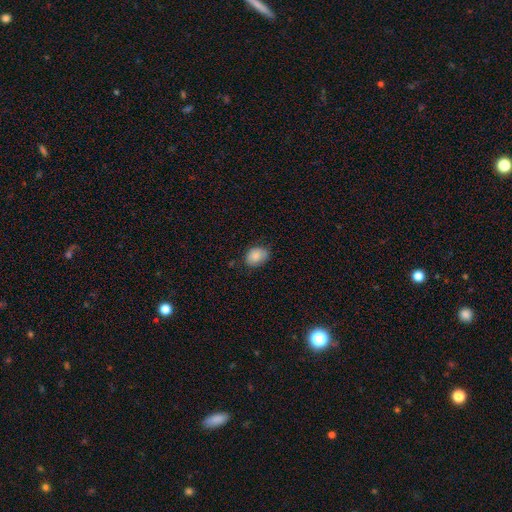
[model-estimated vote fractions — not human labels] A smooth galaxy with no disk features (84%) that is in between round and cigar-shaped (67%).

Vote fractions:
- Smooth or featured? smooth: 84% / featured or disk: 8% / star or artifact: 8%
- How rounded? in between: 67% / round: 33% / cigar-shaped: 1%
- Merging? none: 74% / minor disturbance: 21% / major disturbance: 4% / merger: 1%